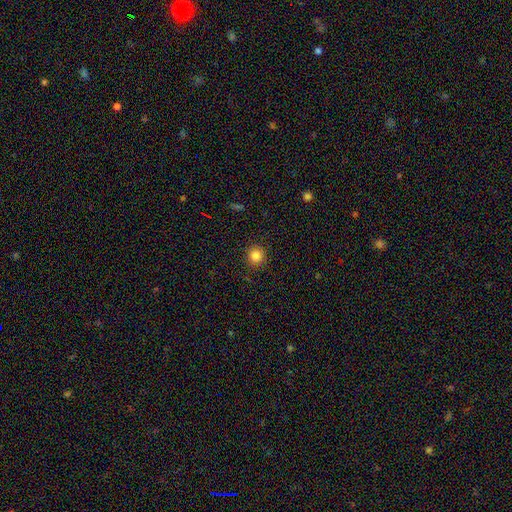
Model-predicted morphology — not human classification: smooth 84%, star or artifact 12%, featured or disk 4%. Down the decision tree: how rounded — round (93%); merging — none (91%).